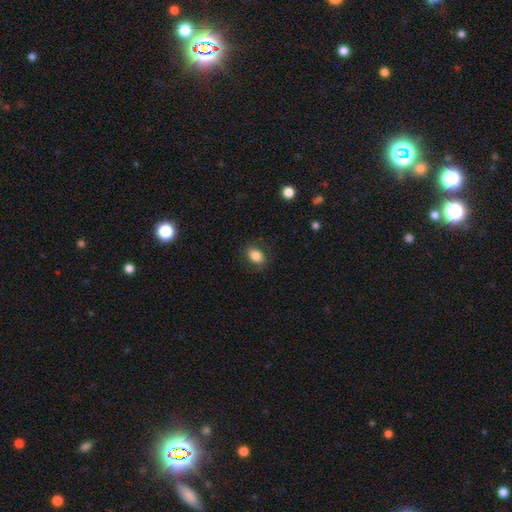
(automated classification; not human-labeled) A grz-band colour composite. It shows a smooth galaxy with no disk features (81%) that is in between round and cigar-shaped (71%). Merging: none (80%).